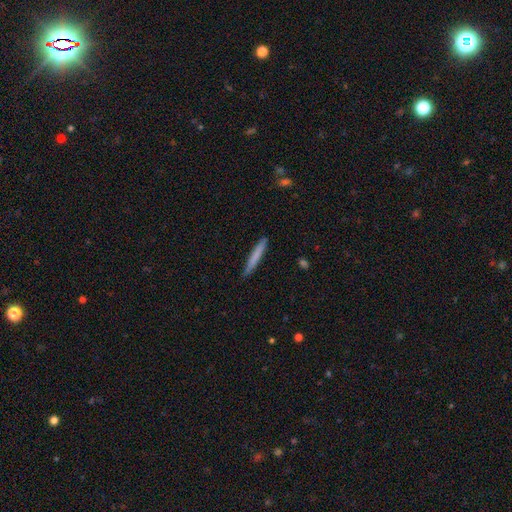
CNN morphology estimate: This appears to be a smooth galaxy with no disk features (73%) that is cigar-shaped (96%). Merging: none (86%).